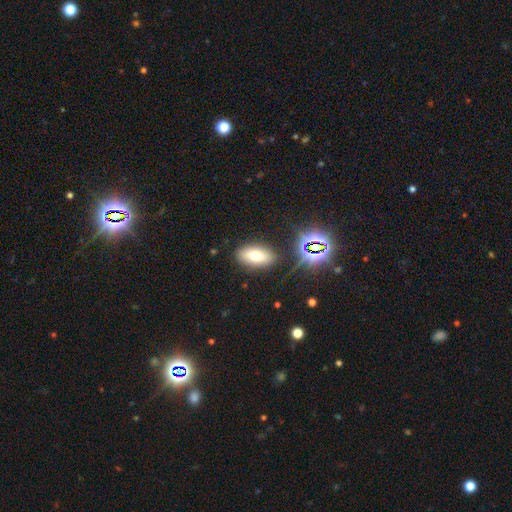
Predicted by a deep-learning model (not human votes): This appears to be a smooth galaxy with no disk features (64%) that is in between round and cigar-shaped (88%). Merging: none (85%).